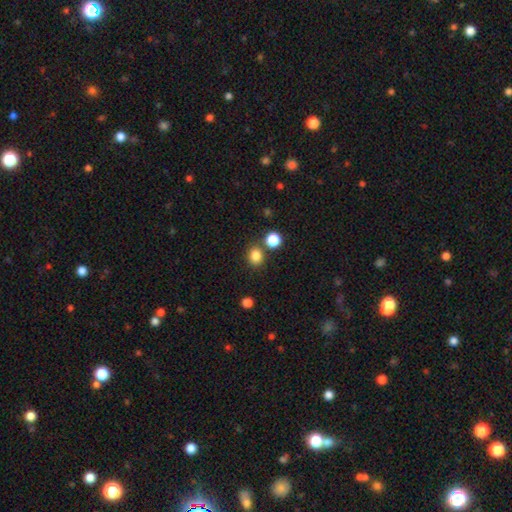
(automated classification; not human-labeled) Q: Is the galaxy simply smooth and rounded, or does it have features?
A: smooth — 82%.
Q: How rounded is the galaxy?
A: round — 77%.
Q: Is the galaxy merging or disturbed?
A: none — 76%.